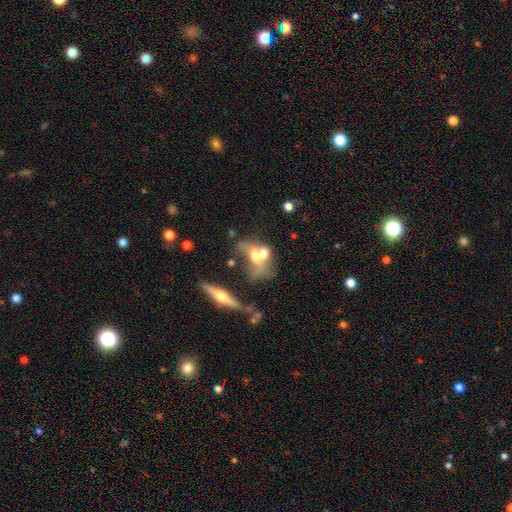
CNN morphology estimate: smooth_or_featured: featured or disk (p=0.45) [alt: smooth p=0.43]
merging: merger (p=0.61) [alt: none p=0.16]